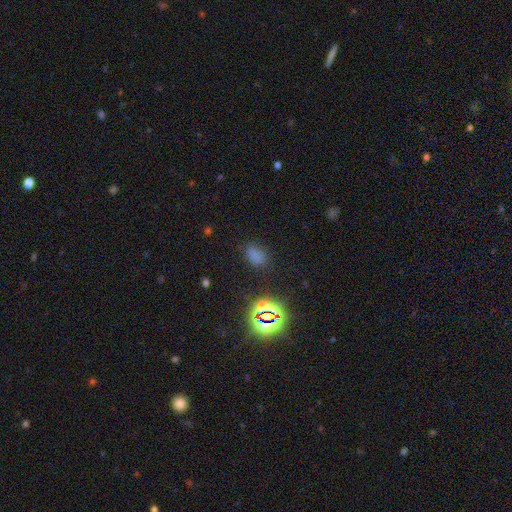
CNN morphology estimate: Overall: smooth (64%; star or artifact 30%). How rounded: in between (83%). Merging: none (75%).